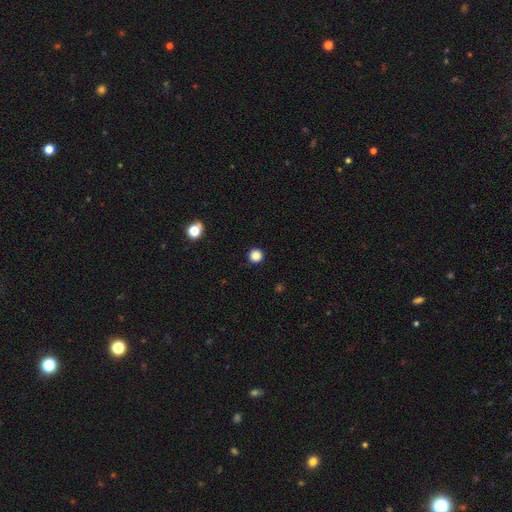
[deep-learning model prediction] Smooth or featured?
  - smooth: 86% *
  - star or artifact: 11%
  - featured or disk: 2%
How rounded?
  - round: 96% *
  - in between: 3%
  - cigar-shaped: 1%
Merging?
  - none: 92% *
  - minor disturbance: 5%
  - major disturbance: 2%
  - merger: 1%